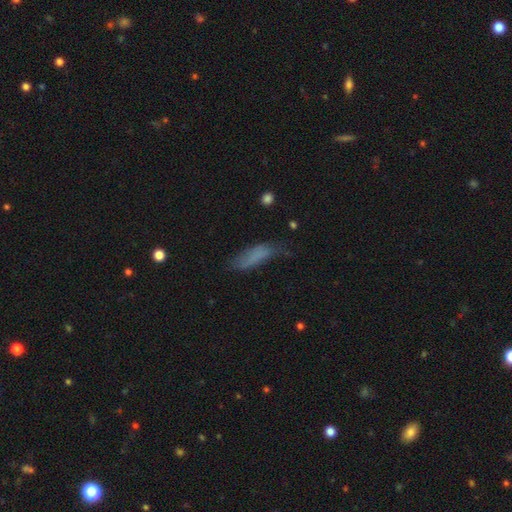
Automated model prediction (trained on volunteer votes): A smooth galaxy with no disk features (71%) that is in between round and cigar-shaped (50%).

Vote fractions:
- Smooth or featured? smooth: 71% / featured or disk: 18% / star or artifact: 10%
- How rounded? in between: 50% / cigar-shaped: 48% / round: 3%
- Merging? none: 47% / minor disturbance: 32% / major disturbance: 18% / merger: 3%